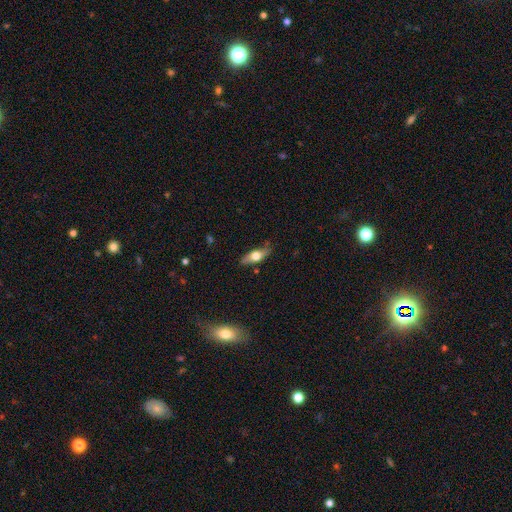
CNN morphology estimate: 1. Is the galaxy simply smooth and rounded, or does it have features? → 52% smooth, 42% featured or disk, 6% star or artifact.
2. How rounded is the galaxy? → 61% in between, 34% cigar-shaped, 5% round.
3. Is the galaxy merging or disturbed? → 76% none, 18% minor disturbance, 4% major disturbance, 2% merger.